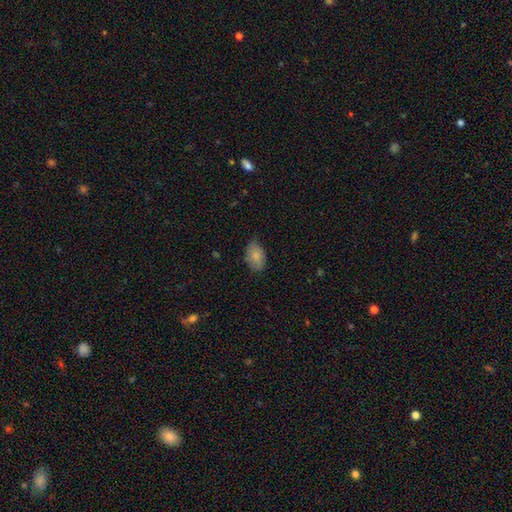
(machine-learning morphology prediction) Smooth or featured: smooth — 84% (featured or disk — 9%)
How rounded: in between — 91% (round — 8%)
Merging: none — 74% (minor disturbance — 21%)